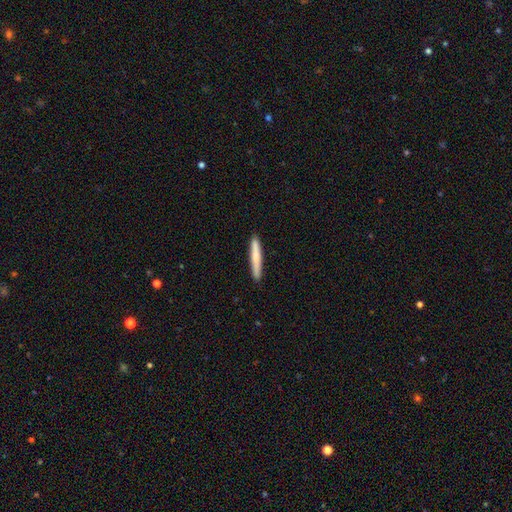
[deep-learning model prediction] Smooth or featured: smooth — 73% (featured or disk — 22%)
How rounded: cigar-shaped — 96% (in between — 3%)
Merging: none — 91% (minor disturbance — 7%)